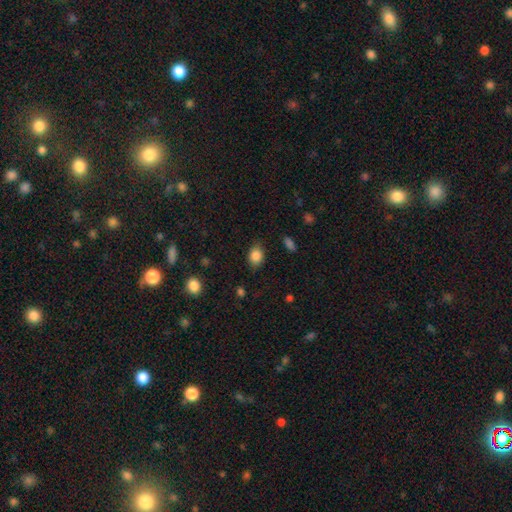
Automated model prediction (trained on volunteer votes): The model was most divided on "how rounded": in between: 70%, round: 29%, cigar-shaped: 1%. More confident: smooth or featured — smooth (86%); merging — none (81%).